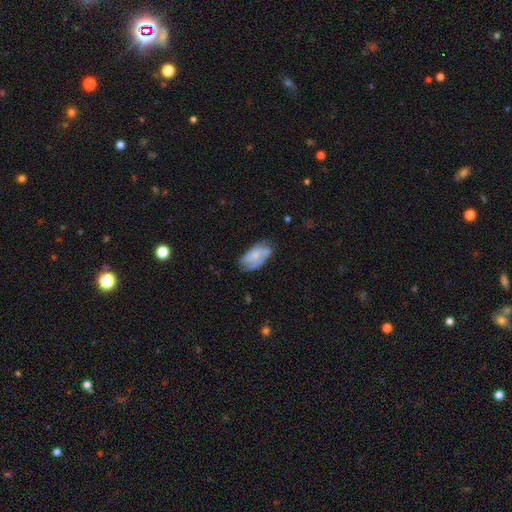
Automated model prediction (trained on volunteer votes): Smooth or featured? Predicted: featured or disk (p=0.47). Merging? Predicted: none (p=0.53).